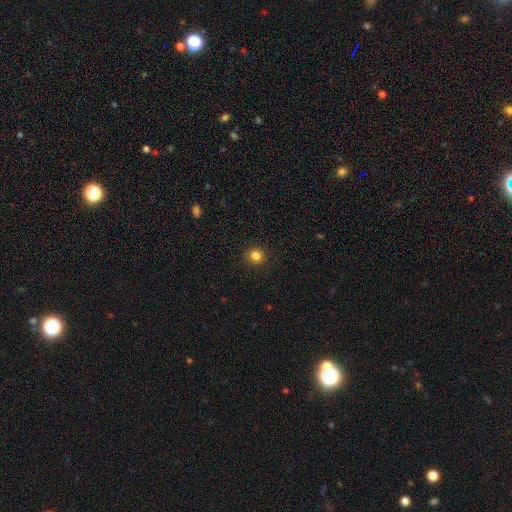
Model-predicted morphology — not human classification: smooth-or-featured: smooth: 84% | star or artifact: 12% | featured or disk: 4%
  how-rounded: round: 92% | in between: 7% | cigar-shaped: 1%
  merging: none: 92% | minor disturbance: 5% | major disturbance: 2% | merger: 1%